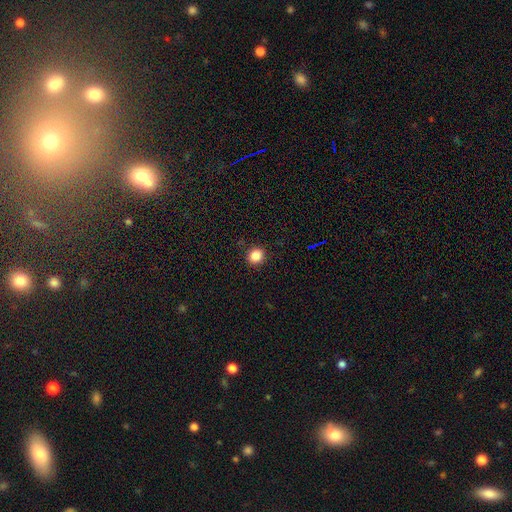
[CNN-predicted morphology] This appears to be a smooth galaxy with no disk features (86%) that is round (83%). Merging: none (90%).